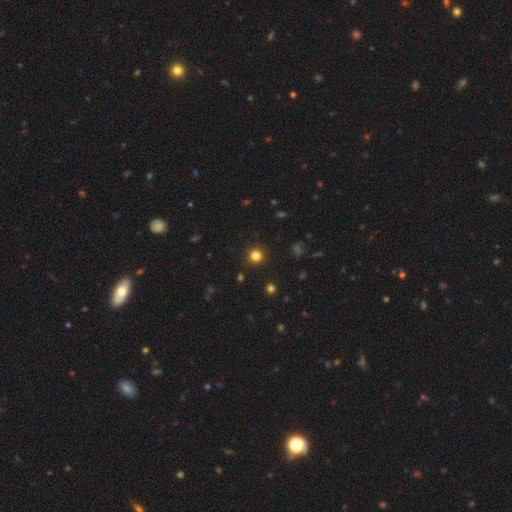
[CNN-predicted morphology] This is clearly a smooth galaxy (81%). How rounded: clearly round (94%). Merging: clearly none (92%).